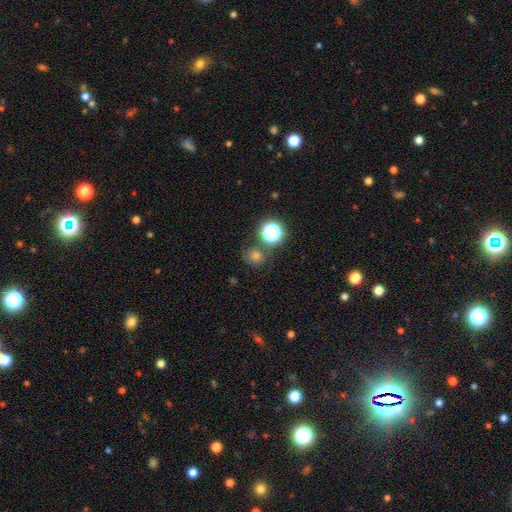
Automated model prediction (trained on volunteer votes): Q: Smooth or featured?
A: smooth (55%); runner-up: star or artifact (35%)
Q: How rounded?
A: round (85%); runner-up: in between (14%)
Q: Merging?
A: none (74%); runner-up: minor disturbance (11%)